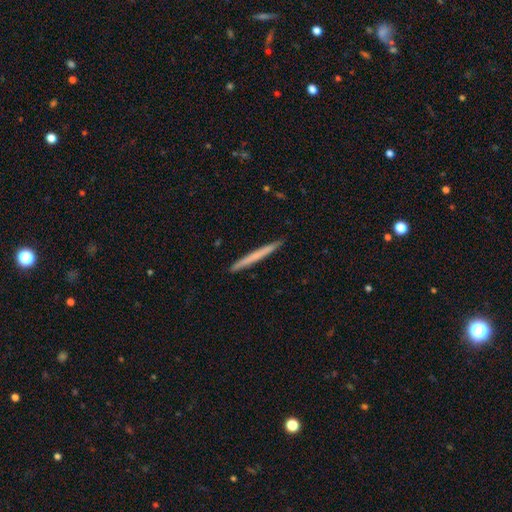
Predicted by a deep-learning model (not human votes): The model was most divided on "smooth or featured": smooth: 60%, featured or disk: 34%, star or artifact: 5%. More confident: how rounded — cigar-shaped (97%); merging — none (93%).